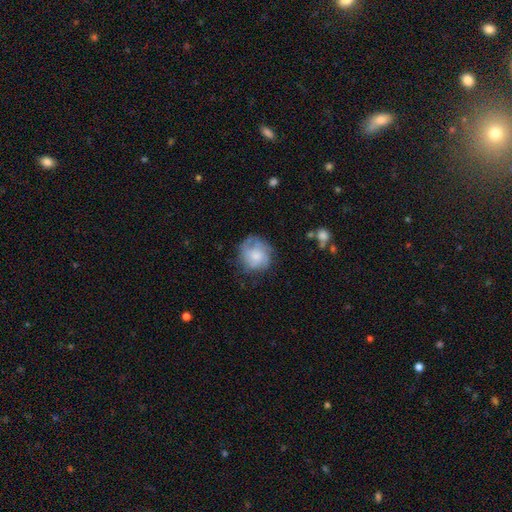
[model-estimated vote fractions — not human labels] A smooth galaxy with no disk features (54%) that is round (84%).

Vote fractions:
- Smooth or featured? smooth: 54% / featured or disk: 38% / star or artifact: 8%
- How rounded? round: 84% / in between: 16% / cigar-shaped: 1%
- Merging? none: 61% / minor disturbance: 24% / major disturbance: 13% / merger: 2%